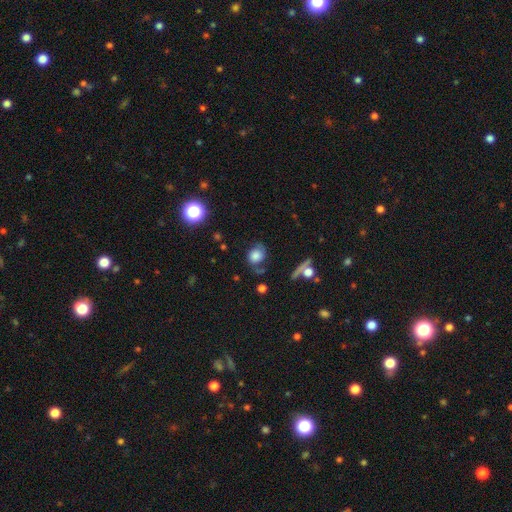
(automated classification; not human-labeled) This appears to be a smooth galaxy with no disk features (62%) that is round (62%). Merging: none (57%).